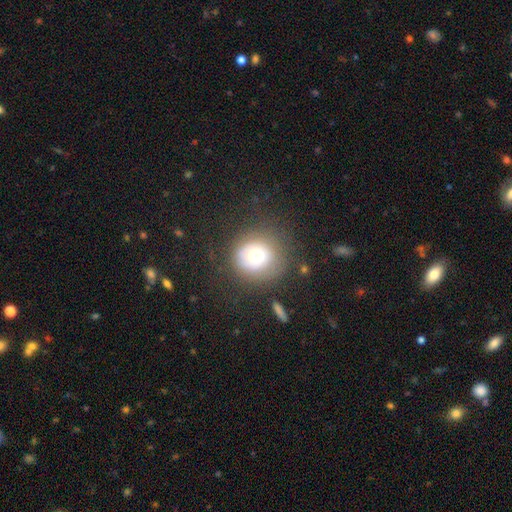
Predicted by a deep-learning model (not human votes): Morphology: type=smooth (64%); roundness=round (89%); merging=none (69%).